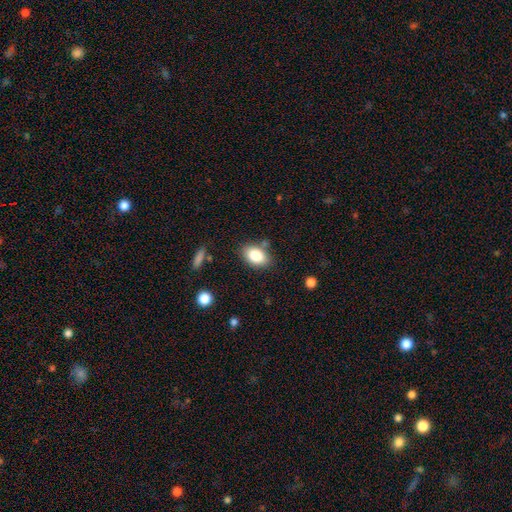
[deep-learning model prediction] Morphology: type=smooth (83%); roundness=in between (86%); merging=none (79%).